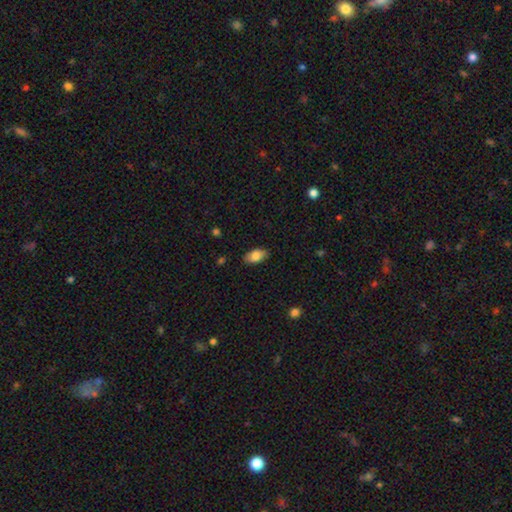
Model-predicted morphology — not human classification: Smooth or featured? Predicted: smooth (p=0.81). How rounded? Predicted: in between (p=0.93). Merging? Predicted: none (p=0.85).